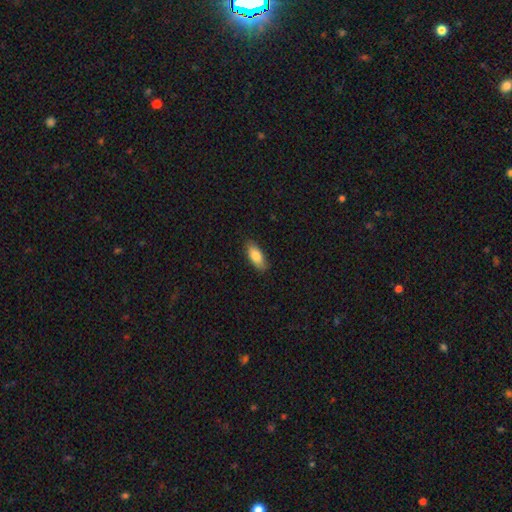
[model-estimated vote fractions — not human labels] This is clearly a smooth galaxy (83%). How rounded: clearly in between (80%). Merging: clearly none (86%).